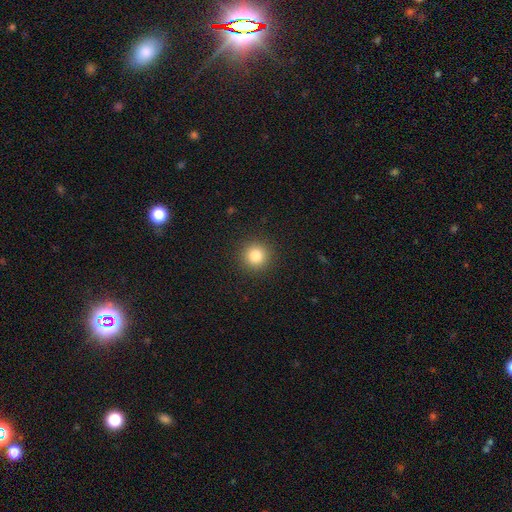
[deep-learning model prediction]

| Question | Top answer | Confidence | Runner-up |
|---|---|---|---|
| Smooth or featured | smooth | 83% | star or artifact (12%) |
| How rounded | round | 95% | in between (4%) |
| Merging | none | 91% | minor disturbance (5%) |